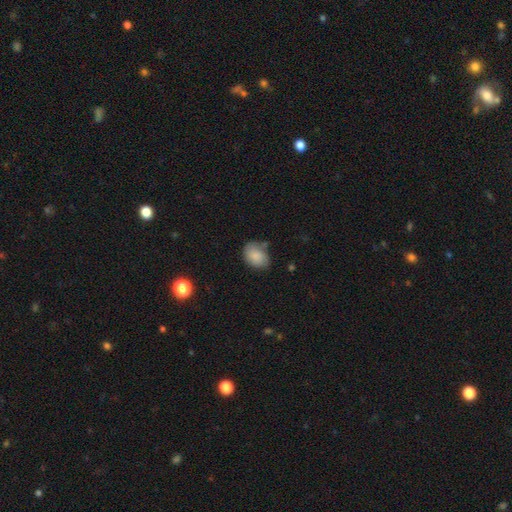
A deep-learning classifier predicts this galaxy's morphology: The model was most divided on "merging": none: 61%, minor disturbance: 27%, merger: 6%, major disturbance: 6%. More confident: smooth or featured — smooth (83%); how rounded — in between (73%).